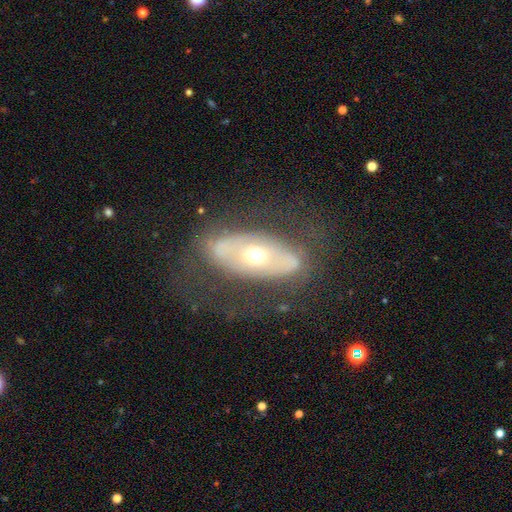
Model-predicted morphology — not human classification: Smooth or featured: featured or disk — 60% (smooth — 33%)
Edge-on disk: no — 83% (yes — 17%)
Merging: none — 66% (minor disturbance — 18%)